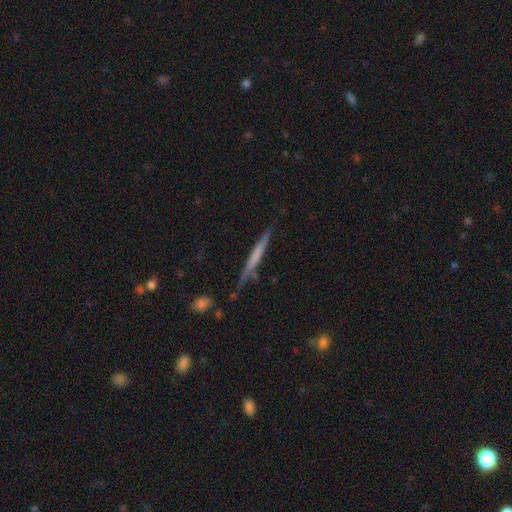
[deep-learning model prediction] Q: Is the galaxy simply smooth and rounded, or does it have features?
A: featured or disk — 51%.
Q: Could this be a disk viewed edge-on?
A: yes — 96%.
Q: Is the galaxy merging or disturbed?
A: none — 79%.